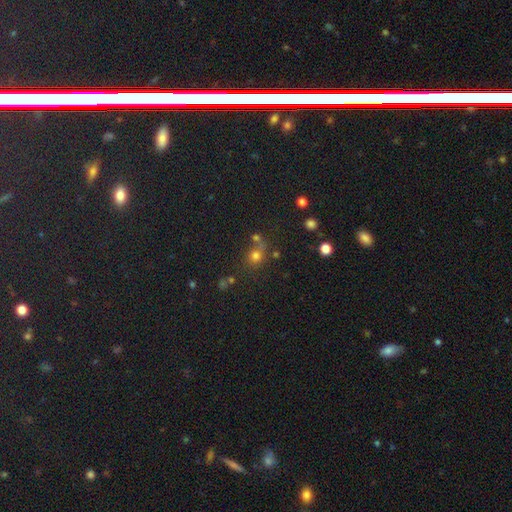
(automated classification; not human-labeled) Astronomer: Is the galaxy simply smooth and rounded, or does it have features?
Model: smooth — 70%.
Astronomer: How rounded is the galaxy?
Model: round — 84%.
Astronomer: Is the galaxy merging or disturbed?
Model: none — 61%.